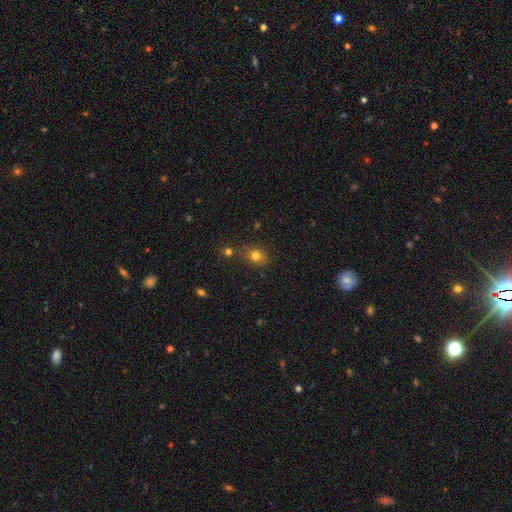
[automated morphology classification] Smooth or featured? smooth (75%)
How rounded? round (58%)
Merging? none (69%)